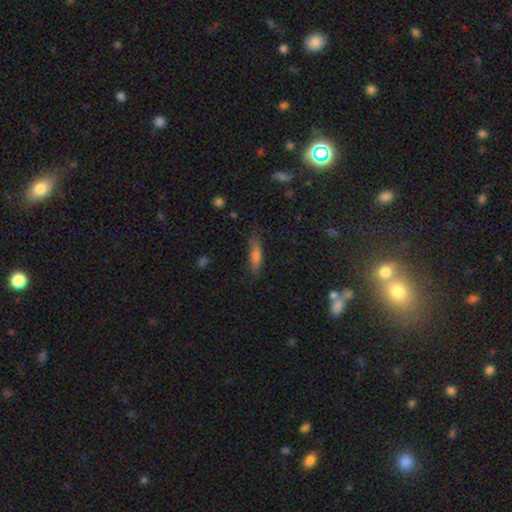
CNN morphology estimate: This appears to be a smooth galaxy with no disk features (71%) that is cigar-shaped (66%). Merging: none (78%).